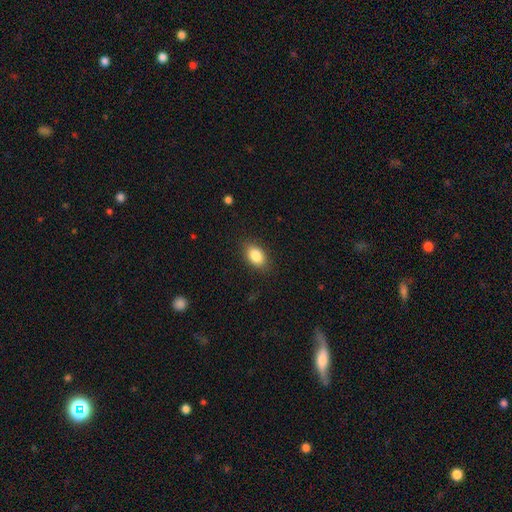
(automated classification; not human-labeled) Q: Smooth or featured?
A: smooth (86%); runner-up: star or artifact (8%)
Q: How rounded?
A: in between (86%); runner-up: round (13%)
Q: Merging?
A: none (86%); runner-up: minor disturbance (10%)